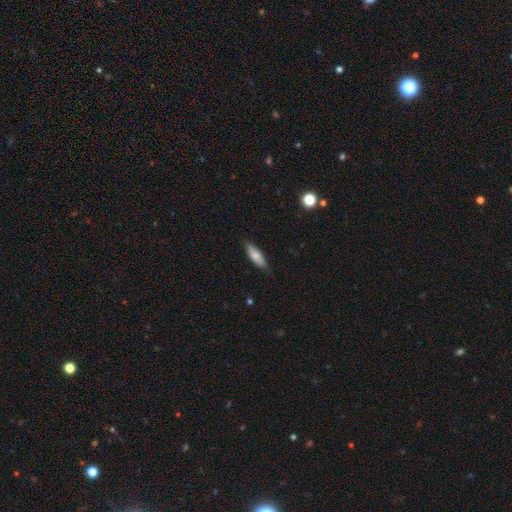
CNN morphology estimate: Q: Smooth or featured?
A: smooth (75%); runner-up: featured or disk (19%)
Q: How rounded?
A: in between (56%); runner-up: cigar-shaped (42%)
Q: Merging?
A: none (82%); runner-up: minor disturbance (15%)